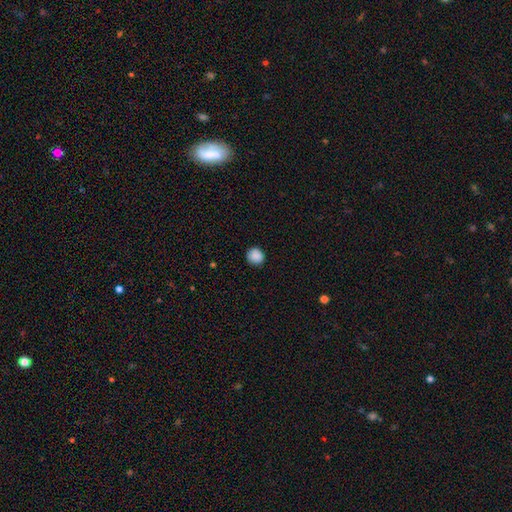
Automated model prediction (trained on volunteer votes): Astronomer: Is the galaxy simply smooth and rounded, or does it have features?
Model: smooth — 88%.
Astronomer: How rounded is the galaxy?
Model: round — 85%.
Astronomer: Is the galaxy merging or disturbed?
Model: none — 88%.